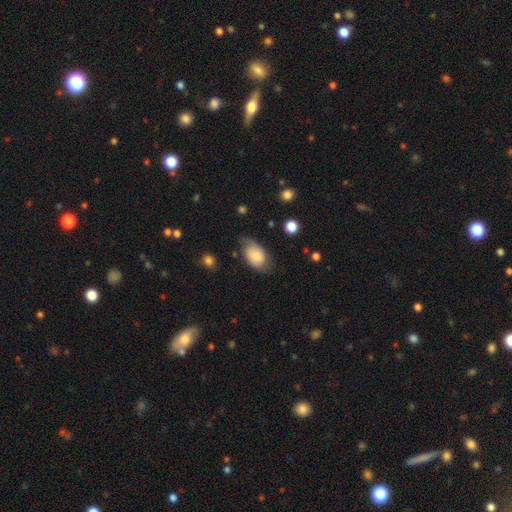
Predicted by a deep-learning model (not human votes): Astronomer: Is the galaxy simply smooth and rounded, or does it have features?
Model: smooth — 73%.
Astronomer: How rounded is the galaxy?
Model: in between — 89%.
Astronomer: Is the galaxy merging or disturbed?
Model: none — 56% (runner-up: minor disturbance, 32%).